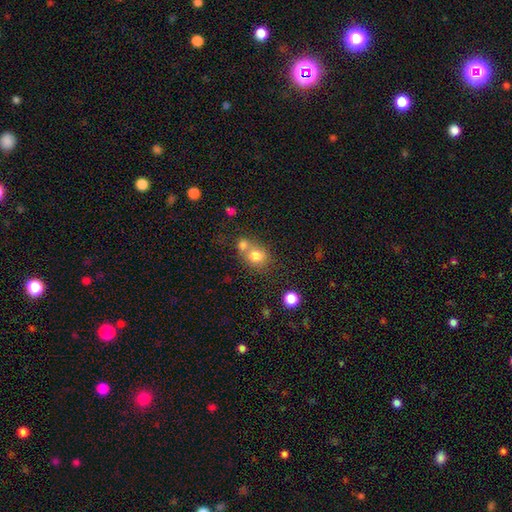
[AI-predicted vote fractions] A smooth galaxy with no disk features (76%) that is round (66%).

Vote fractions:
- Smooth or featured? smooth: 76% / featured or disk: 12% / star or artifact: 12%
- How rounded? round: 66% / in between: 33% / cigar-shaped: 1%
- Merging? merger: 50% / none: 37% / minor disturbance: 9% / major disturbance: 4%